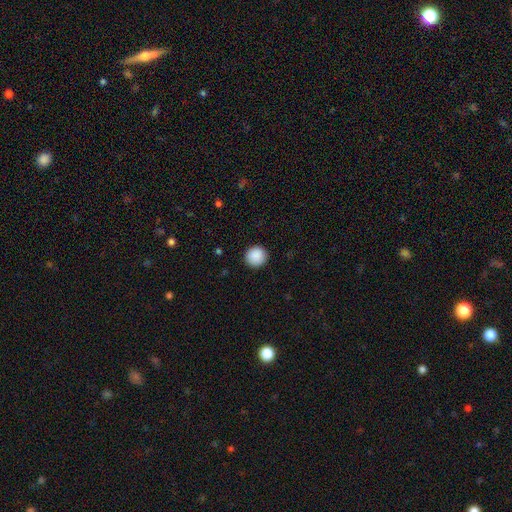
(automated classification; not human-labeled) smooth-or-featured: smooth: 90% | star or artifact: 8% | featured or disk: 2%
  how-rounded: round: 93% | in between: 6% | cigar-shaped: 1%
  merging: none: 91% | minor disturbance: 6% | major disturbance: 2% | merger: 1%